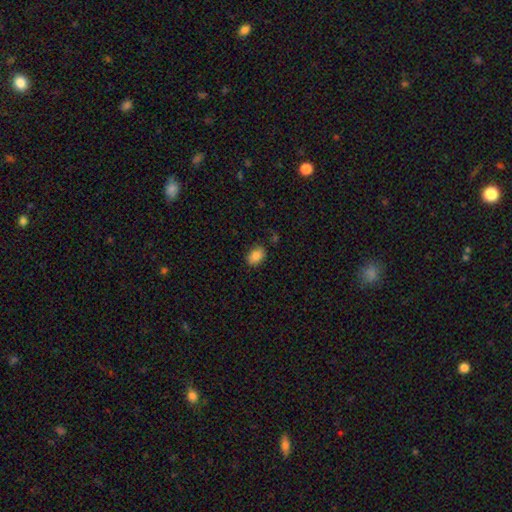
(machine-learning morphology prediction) Smooth or featured? Predicted: smooth (p=0.86). How rounded? Predicted: in between (p=0.78). Merging? Predicted: none (p=0.82).